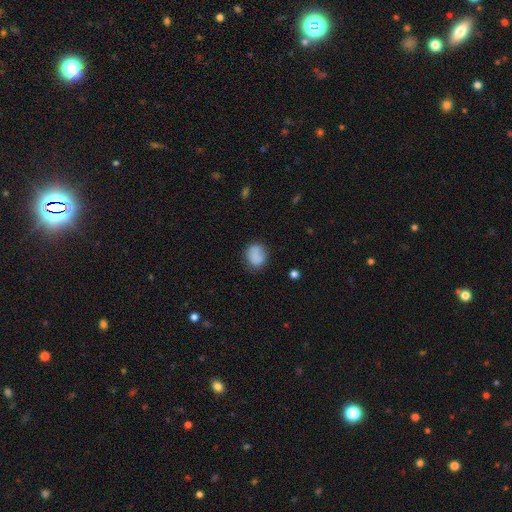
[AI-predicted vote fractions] Smooth or featured? smooth (83%)
How rounded? round (61%)
Merging? none (70%)